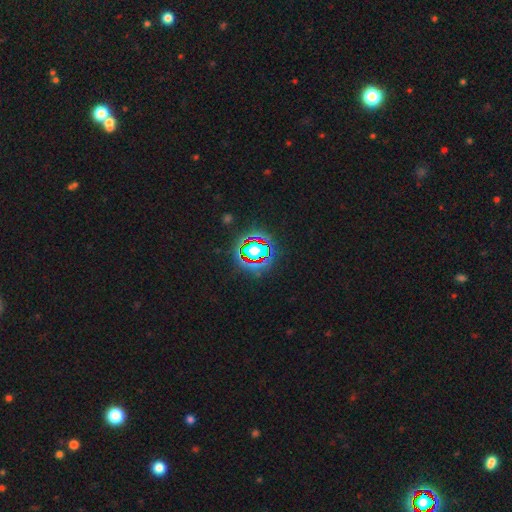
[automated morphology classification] Overall: star or artifact (79%).